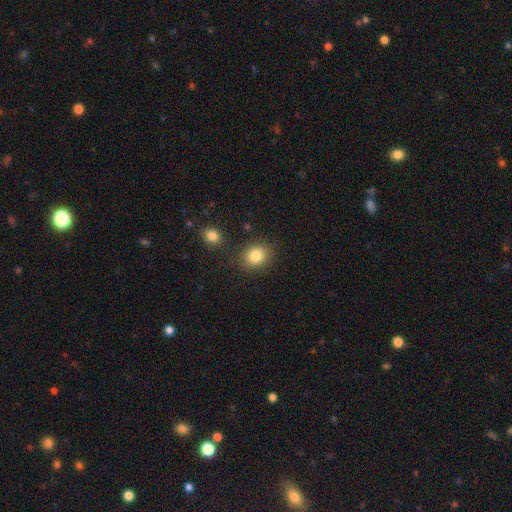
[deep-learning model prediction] A smooth galaxy with no disk features (83%) that is round (57%). Merging: none (82%).